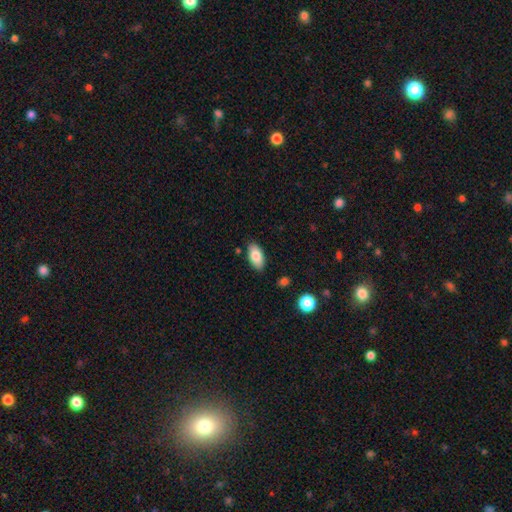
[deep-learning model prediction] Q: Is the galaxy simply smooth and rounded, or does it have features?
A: smooth — 83%.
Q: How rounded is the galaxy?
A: in between — 93%.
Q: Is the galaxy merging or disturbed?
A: none — 85%.